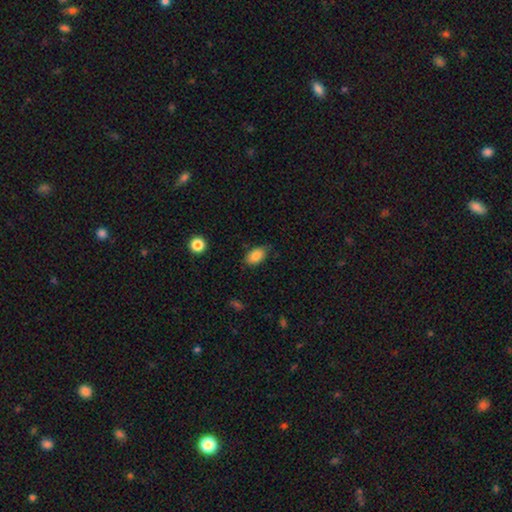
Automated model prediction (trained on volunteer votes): A smooth galaxy with no disk features (85%) that is in between round and cigar-shaped (89%).

Vote fractions:
- Smooth or featured? smooth: 85% / star or artifact: 8% / featured or disk: 7%
- How rounded? in between: 89% / round: 9% / cigar-shaped: 2%
- Merging? none: 77% / minor disturbance: 18% / major disturbance: 3% / merger: 2%